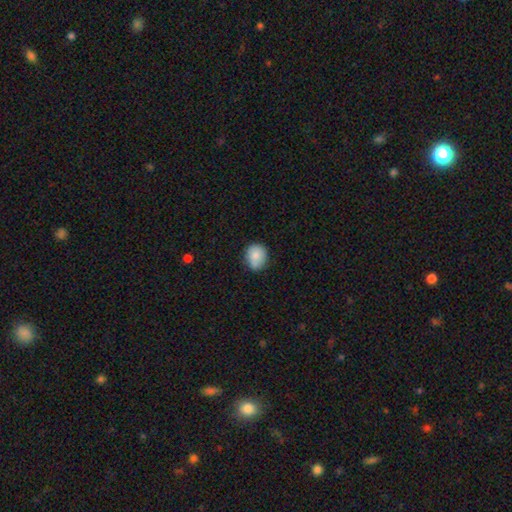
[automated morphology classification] A smooth galaxy with no disk features (80%) that is round (67%). Merging: none (70%).